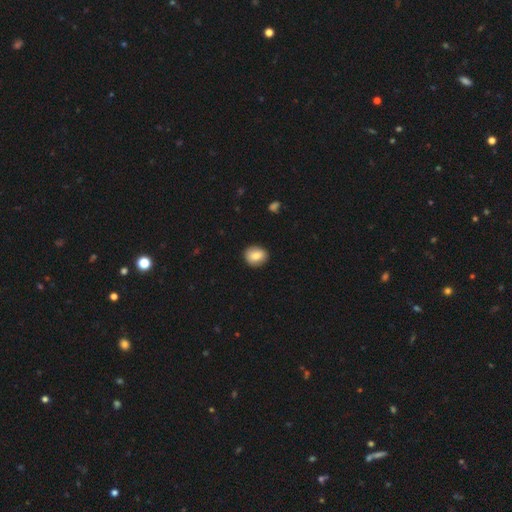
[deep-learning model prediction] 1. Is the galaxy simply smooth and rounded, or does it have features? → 80% smooth, 12% featured or disk, 8% star or artifact.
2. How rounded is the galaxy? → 65% round, 33% in between, 1% cigar-shaped.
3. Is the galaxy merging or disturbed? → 88% none, 9% minor disturbance, 2% major disturbance, 1% merger.